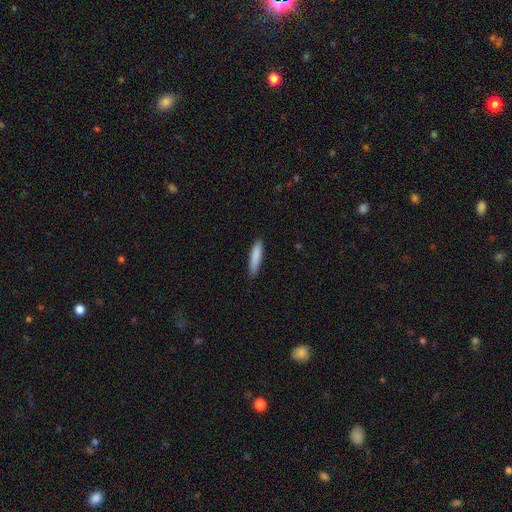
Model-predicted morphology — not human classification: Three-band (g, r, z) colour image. It shows a smooth galaxy with no disk features (85%) that is cigar-shaped (82%). Merging: none (85%).